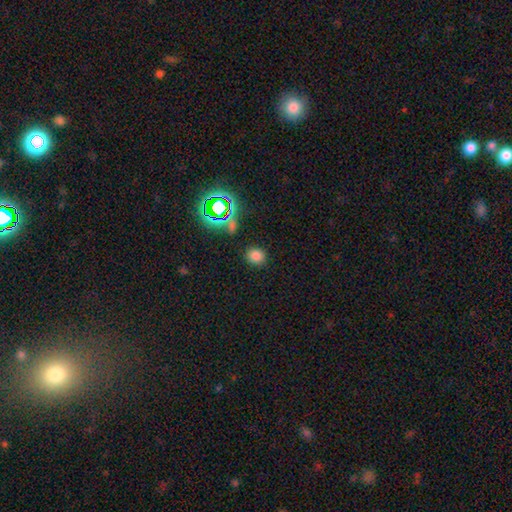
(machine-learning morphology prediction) A smooth galaxy with no disk features (75%) that is round (73%).

Vote fractions:
- Smooth or featured? smooth: 75% / star or artifact: 19% / featured or disk: 6%
- How rounded? round: 73% / in between: 26% / cigar-shaped: 1%
- Merging? none: 86% / minor disturbance: 8% / major disturbance: 3% / merger: 3%